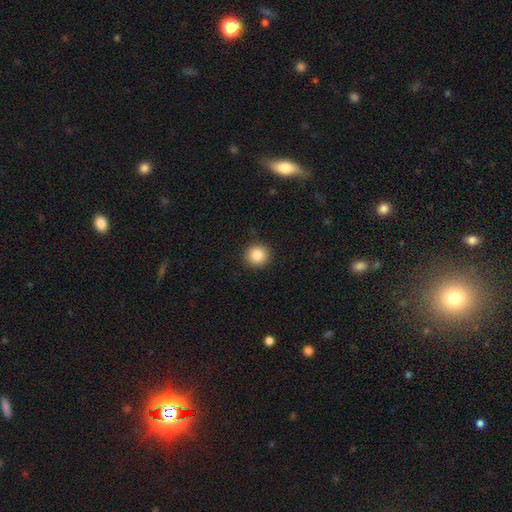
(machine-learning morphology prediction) The model was most divided on "smooth or featured": smooth: 85%, star or artifact: 10%, featured or disk: 6%. More confident: how rounded — round (93%); merging — none (91%).